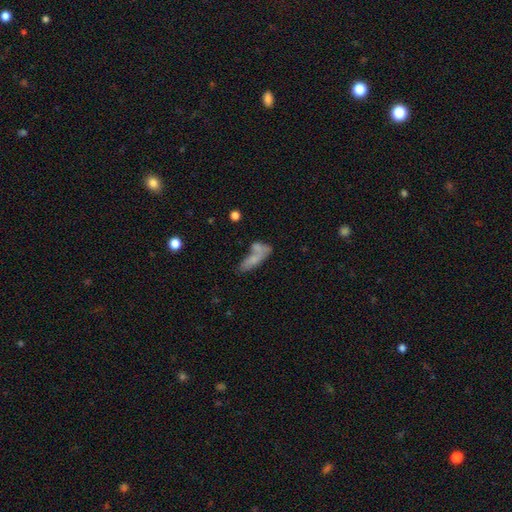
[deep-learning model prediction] A smooth galaxy with no disk features (65%) that is in between round and cigar-shaped (54%).

Vote fractions:
- Smooth or featured? smooth: 65% / featured or disk: 25% / star or artifact: 10%
- How rounded? in between: 54% / cigar-shaped: 41% / round: 5%
- Merging? none: 37% / merger: 35% / minor disturbance: 16% / major disturbance: 11%